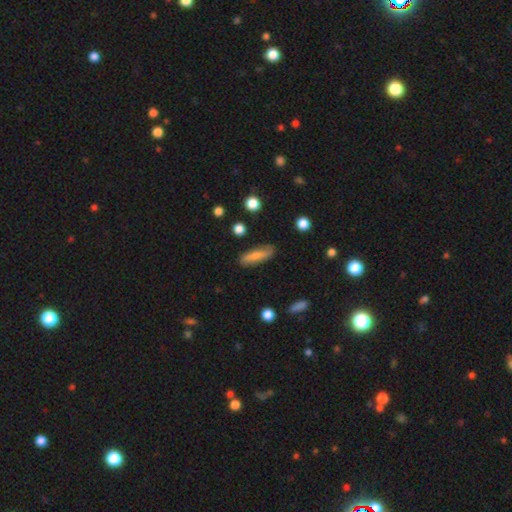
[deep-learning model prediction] Overall: smooth (70%). How rounded: cigar-shaped (57%; in between 40%). Merging: none (79%).